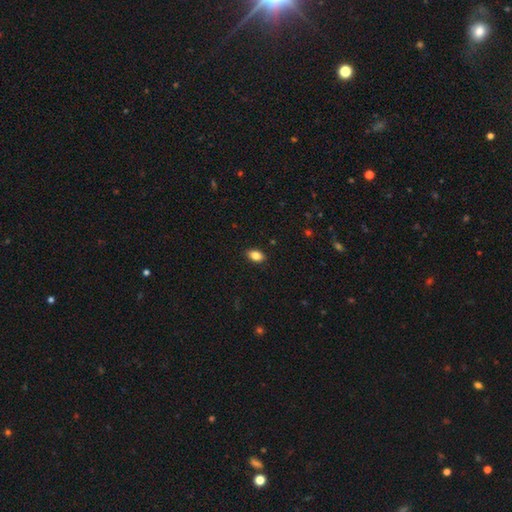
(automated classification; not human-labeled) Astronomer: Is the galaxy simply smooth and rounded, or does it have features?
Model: smooth — 85%.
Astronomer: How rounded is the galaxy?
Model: in between — 90%.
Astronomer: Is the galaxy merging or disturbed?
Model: none — 89%.